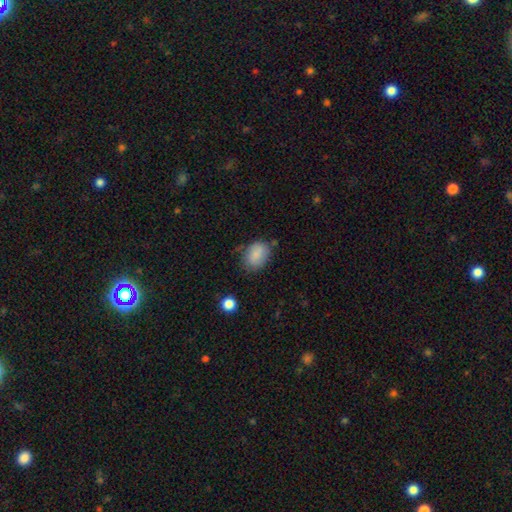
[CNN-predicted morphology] A smooth galaxy with no disk features (86%) that is in between round and cigar-shaped (76%). Merging: none (67%).